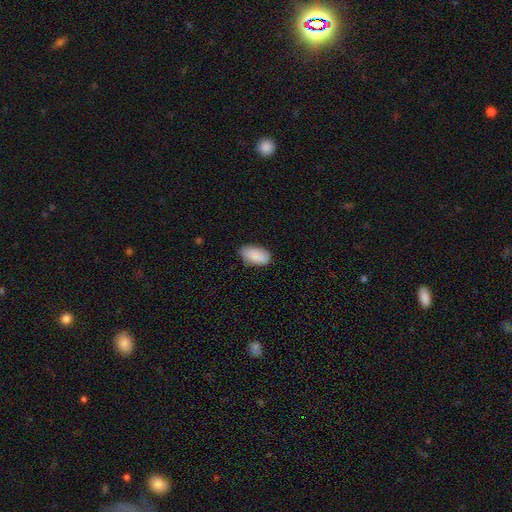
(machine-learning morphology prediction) The model was most divided on "merging": none: 83%, minor disturbance: 14%, major disturbance: 2%, merger: 1%. More confident: how rounded — in between (94%); smooth or featured — smooth (89%).